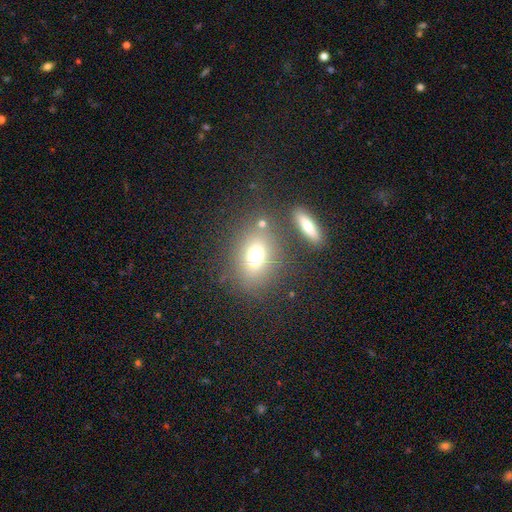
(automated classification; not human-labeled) Smooth or featured? smooth (69%)
How rounded? in between (53%)
Merging? none (72%)